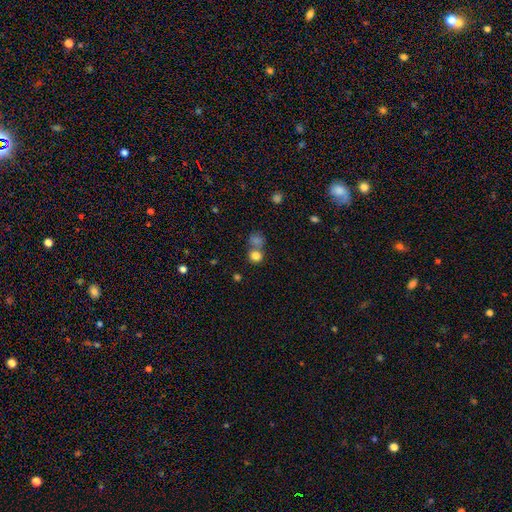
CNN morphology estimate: Smooth or featured: smooth — 80% (star or artifact — 13%)
How rounded: round — 83% (in between — 16%)
Merging: none — 53% (merger — 34%)